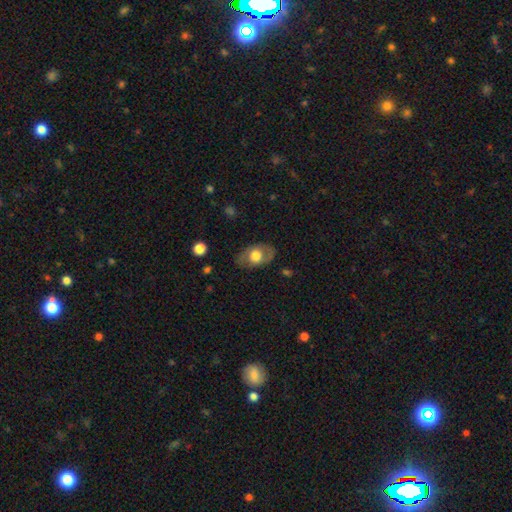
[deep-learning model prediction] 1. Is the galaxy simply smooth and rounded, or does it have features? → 55% smooth, 39% featured or disk, 6% star or artifact.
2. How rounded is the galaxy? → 81% in between, 18% round, 1% cigar-shaped.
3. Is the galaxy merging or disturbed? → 78% none, 15% minor disturbance, 6% major disturbance, 1% merger.